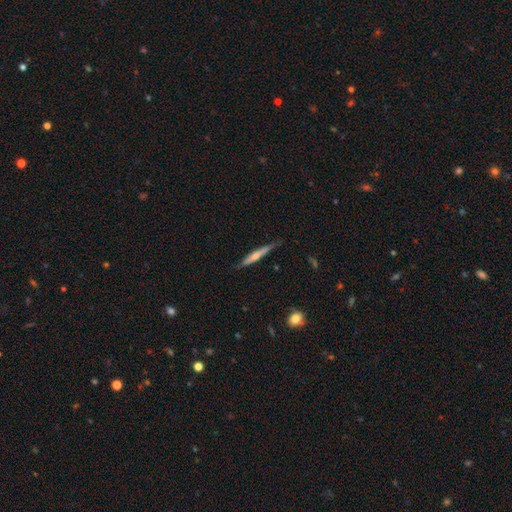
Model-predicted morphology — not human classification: This appears to be a featured or disk galaxy (48%). Merging: none (79%).